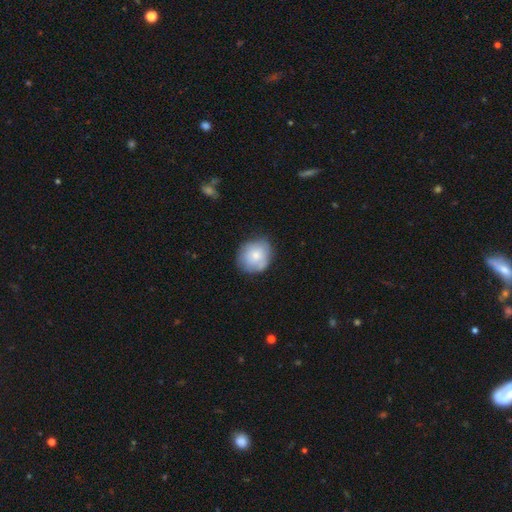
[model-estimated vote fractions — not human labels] smooth 73%, featured or disk 20%, star or artifact 7%. Down the decision tree: how rounded — round (77%); merging — none (73%).